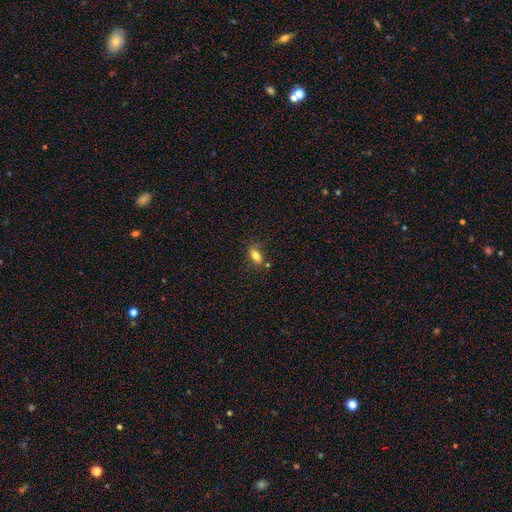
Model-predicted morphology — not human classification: smooth-or-featured: smooth: 79% | featured or disk: 11% | star or artifact: 10%
  how-rounded: in between: 84% | cigar-shaped: 9% | round: 7%
  merging: none: 72% | minor disturbance: 16% | merger: 9% | major disturbance: 4%